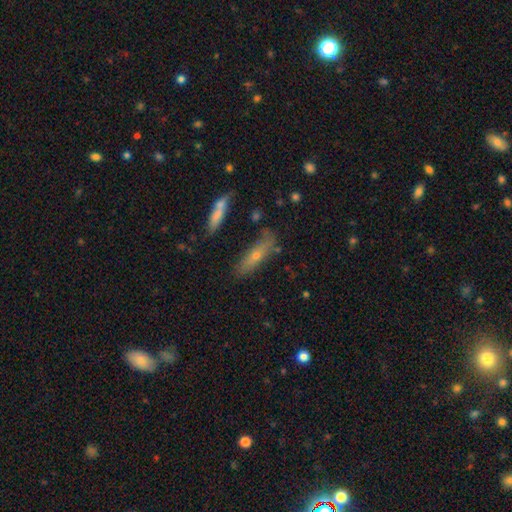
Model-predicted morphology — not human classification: Smooth or featured: smooth — 53% (featured or disk — 38%)
How rounded: cigar-shaped — 68% (in between — 29%)
Merging: none — 70% (minor disturbance — 19%)